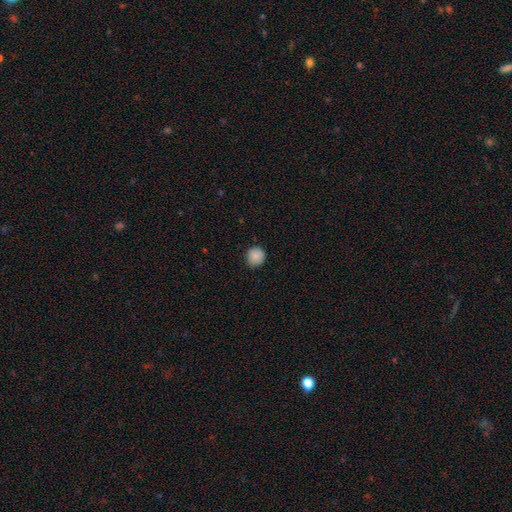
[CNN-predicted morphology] Smooth or featured: smooth — 86% (star or artifact — 8%)
How rounded: round — 91% (in between — 8%)
Merging: none — 85% (minor disturbance — 12%)